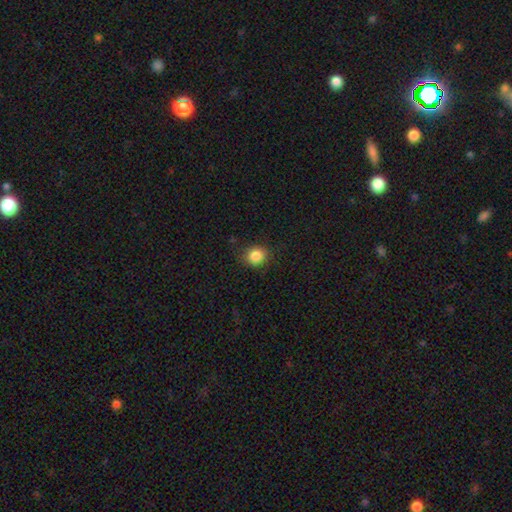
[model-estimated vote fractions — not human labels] smooth_or_featured: smooth (p=0.86) [alt: star or artifact p=0.10]
how_rounded: round (p=0.83) [alt: in between p=0.16]
merging: none (p=0.86) [alt: minor disturbance p=0.10]